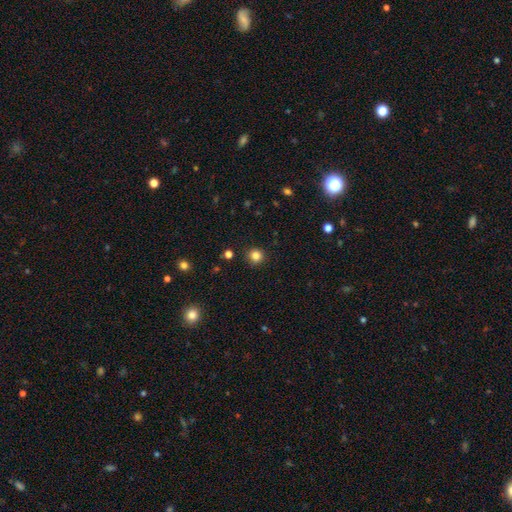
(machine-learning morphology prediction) smooth-or-featured: smooth: 83% | star or artifact: 12% | featured or disk: 4%
  how-rounded: round: 93% | in between: 7% | cigar-shaped: 1%
  merging: none: 91% | minor disturbance: 6% | major disturbance: 2% | merger: 1%